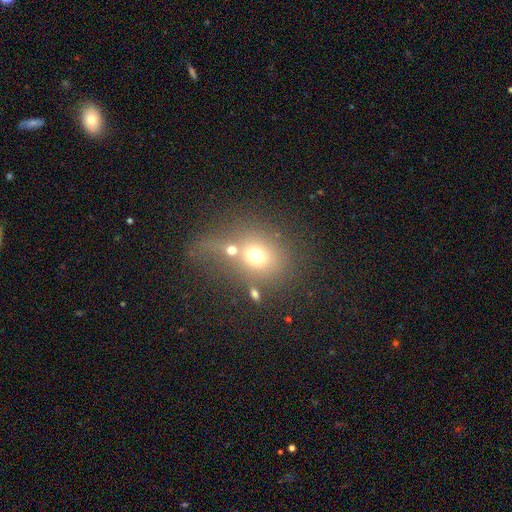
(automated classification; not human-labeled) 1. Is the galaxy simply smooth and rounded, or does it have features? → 66% smooth, 18% featured or disk, 16% star or artifact.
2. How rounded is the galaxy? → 61% round, 38% in between, 1% cigar-shaped.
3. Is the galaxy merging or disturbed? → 41% none, 32% merger, 14% major disturbance, 13% minor disturbance.